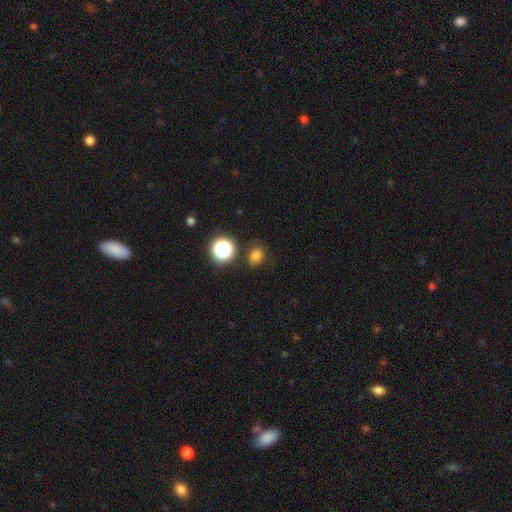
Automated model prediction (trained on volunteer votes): This is likely a smooth galaxy (77%). How rounded: possibly round (56%). Merging: clearly none (81%).